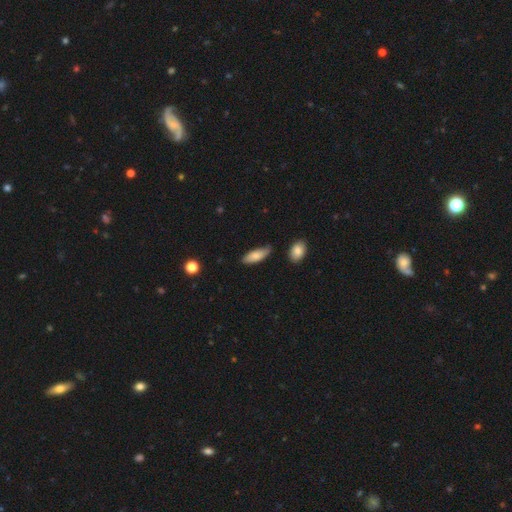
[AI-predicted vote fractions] smooth_or_featured: smooth (p=0.80) [alt: featured or disk p=0.14]
how_rounded: in between (p=0.70) [alt: cigar-shaped p=0.28]
merging: none (p=0.69) [alt: minor disturbance p=0.24]